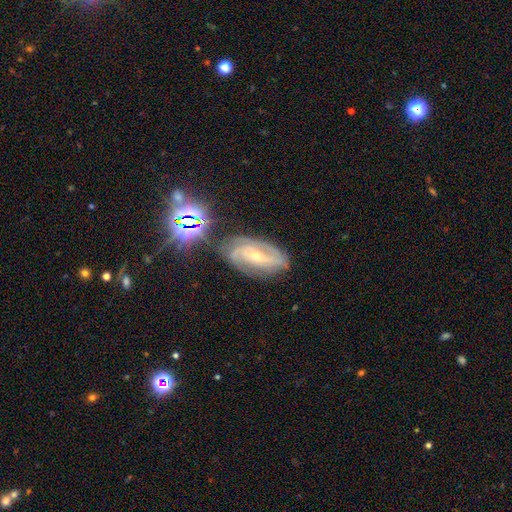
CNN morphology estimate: Smooth or featured?
  - featured or disk: 82% *
  - star or artifact: 10%
  - smooth: 8%
Edge-on disk?
  - no: 95% *
  - yes: 5%
Bar?
  - no: 42% *
  - weak: 35%
  - strong: 23%
Spiral arms?
  - yes: 96% *
  - no: 4%
Spiral winding?
  - tight: 52% *
  - medium: 38%
  - loose: 10%
Spiral arm count?
  - 2: 43% *
  - 3: 22%
  - can't tell: 20%
  - 4: 6%
  - 1: 4%
  - more than 4: 4%
Bulge size?
  - small: 68% *
  - moderate: 29%
  - none: 1%
  - large: 1%
  - dominant: 1%
Merging?
  - none: 70% *
  - minor disturbance: 20%
  - major disturbance: 6%
  - merger: 4%